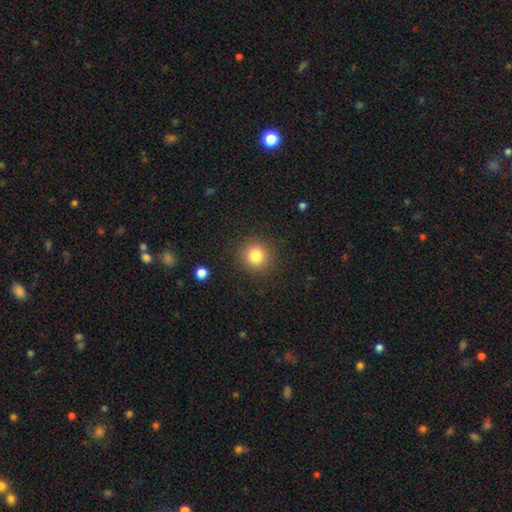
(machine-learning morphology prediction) Smooth or featured?
  - smooth: 82% *
  - star or artifact: 12%
  - featured or disk: 6%
How rounded?
  - round: 94% *
  - in between: 5%
  - cigar-shaped: 1%
Merging?
  - none: 90% *
  - minor disturbance: 6%
  - major disturbance: 3%
  - merger: 1%